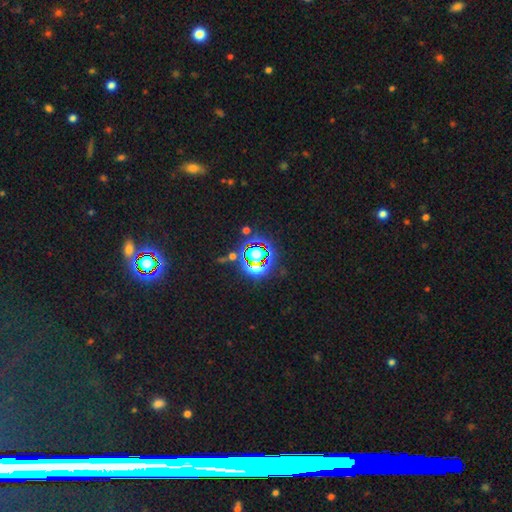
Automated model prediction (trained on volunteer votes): A star or artifact, not a galaxy (71%).